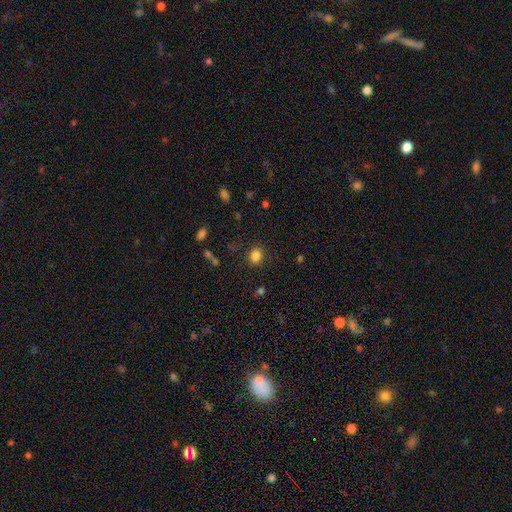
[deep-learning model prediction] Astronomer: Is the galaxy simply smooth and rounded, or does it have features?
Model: smooth — 83%.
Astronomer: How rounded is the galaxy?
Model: round — 55% (runner-up: in between, 44%).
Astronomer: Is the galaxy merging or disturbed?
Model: none — 84%.